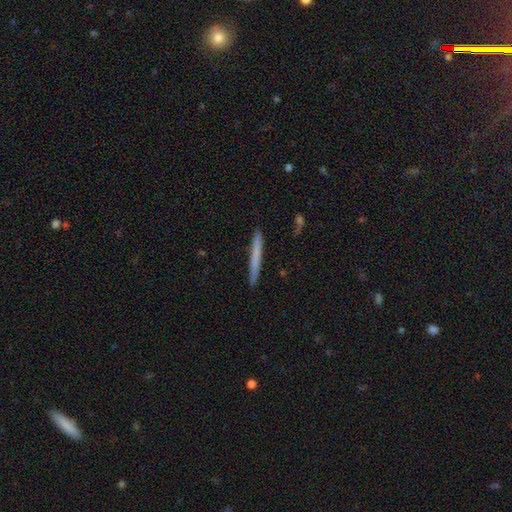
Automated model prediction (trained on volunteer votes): smooth 62%, featured or disk 32%, star or artifact 6%. Down the decision tree: how rounded — cigar-shaped (97%); merging — none (91%).